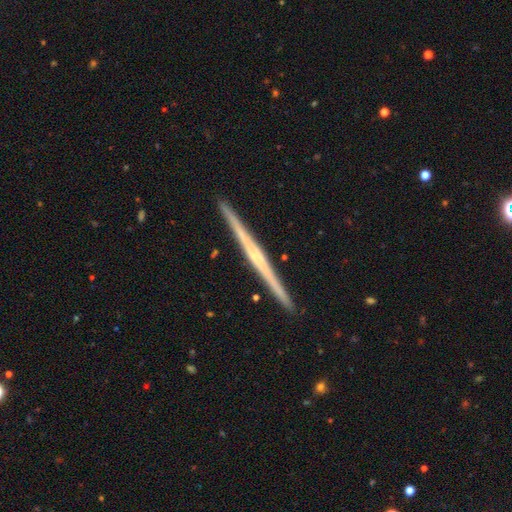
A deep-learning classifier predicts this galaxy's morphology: Overall: featured or disk (79%). Edge-on disk: yes (99%). Edge-on bulge: rounded (46%; none 43%). Merging: none (93%).